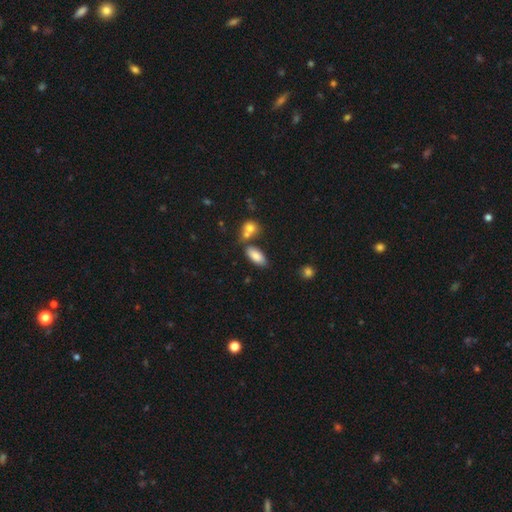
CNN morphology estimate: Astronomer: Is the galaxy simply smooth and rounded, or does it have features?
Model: smooth — 82%.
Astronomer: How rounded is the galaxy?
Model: in between — 88%.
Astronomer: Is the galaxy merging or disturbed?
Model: none — 66%.